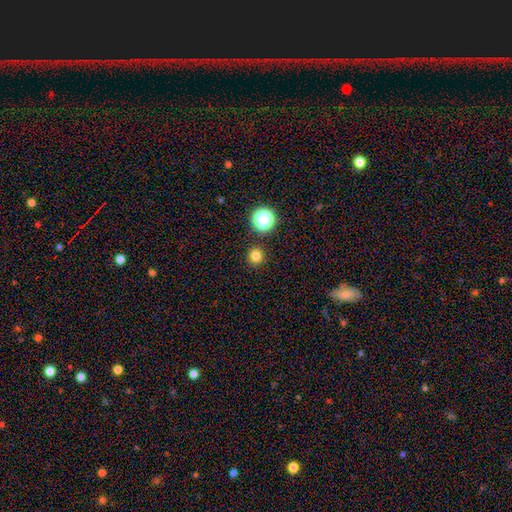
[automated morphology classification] A smooth galaxy with no disk features (78%) that is round (93%).

Vote fractions:
- Smooth or featured? smooth: 78% / star or artifact: 17% / featured or disk: 5%
- How rounded? round: 93% / in between: 6% / cigar-shaped: 1%
- Merging? none: 91% / minor disturbance: 5% / merger: 2% / major disturbance: 2%